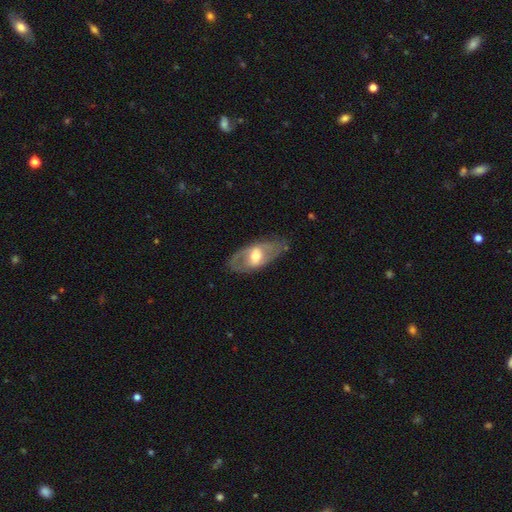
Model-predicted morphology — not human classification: Smooth or featured?
  - featured or disk: 65% *
  - smooth: 29%
  - star or artifact: 5%
Edge-on disk?
  - no: 87% *
  - yes: 13%
Bar?
  - weak: 42% *
  - strong: 32%
  - no: 26%
Spiral arms?
  - no: 50% * (tied)
  - yes: 50% * (tied)
Bulge size?
  - moderate: 63% *
  - small: 18%
  - large: 17%
  - none: 1%
  - dominant: 1%
Merging?
  - none: 74% *
  - minor disturbance: 17%
  - major disturbance: 7%
  - merger: 1%